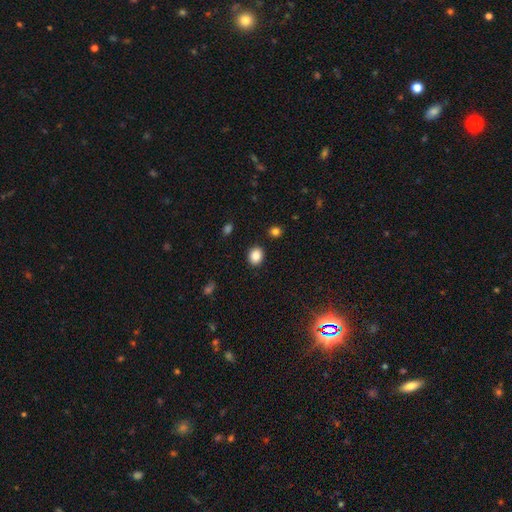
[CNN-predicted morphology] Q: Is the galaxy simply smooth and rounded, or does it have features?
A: smooth — 86%.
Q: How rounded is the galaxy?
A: round — 59%.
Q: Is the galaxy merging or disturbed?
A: none — 89%.